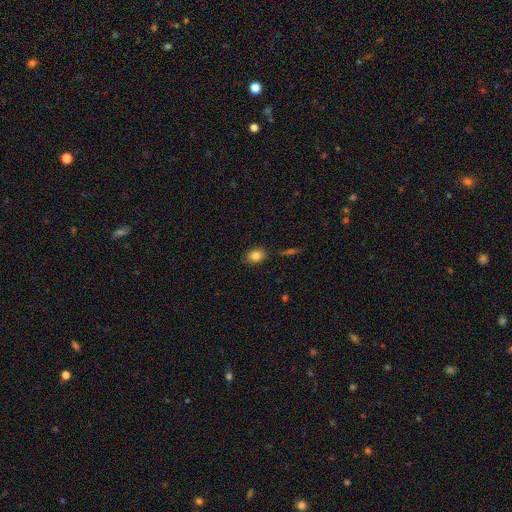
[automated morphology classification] Smooth or featured? Predicted: smooth (p=0.83). How rounded? Predicted: in between (p=0.55). Merging? Predicted: none (p=0.86).